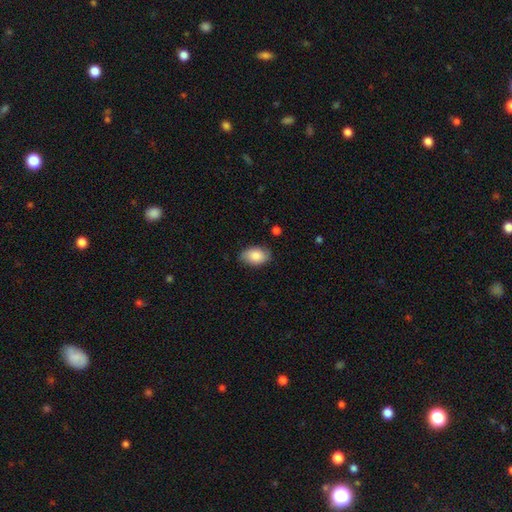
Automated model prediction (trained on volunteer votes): smooth_or_featured: smooth (p=0.83) [alt: featured or disk p=0.11]
how_rounded: in between (p=0.90) [alt: round p=0.09]
merging: none (p=0.77) [alt: minor disturbance p=0.18]